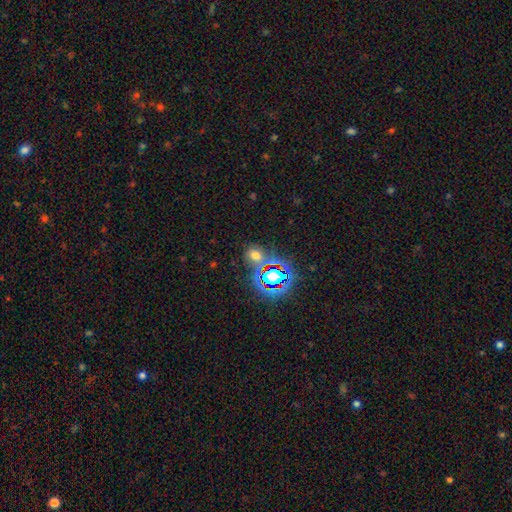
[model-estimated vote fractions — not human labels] This is possibly a smooth galaxy (50%). How rounded: possibly round (52%). Merging: likely none (70%).